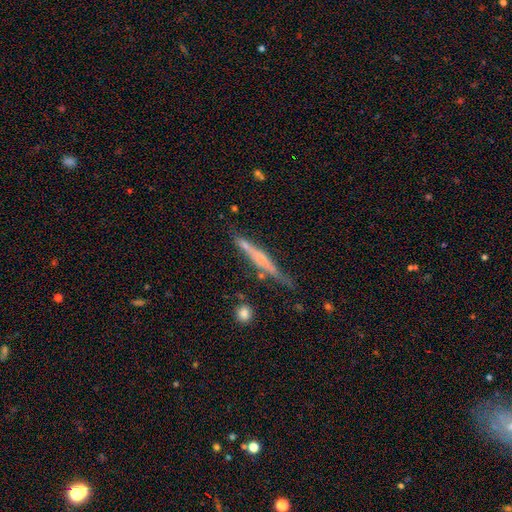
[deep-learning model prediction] A featured or disk galaxy (65%) viewed edge-on (96%) with no central bulge (44%, tied with rounded).

Vote fractions:
- Smooth or featured? featured or disk: 65% / smooth: 26% / star or artifact: 9%
- Edge-on disk? yes: 96% / no: 4%
- Edge-on bulge? none: 44% (tied) / rounded: 44% (tied) / boxy: 12%
- Merging? none: 77% / minor disturbance: 15% / merger: 4% / major disturbance: 4%